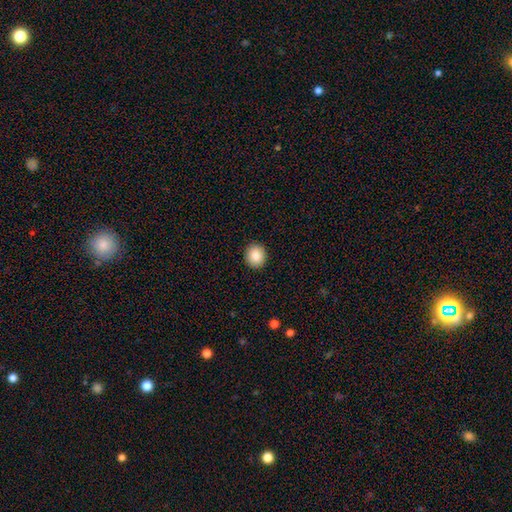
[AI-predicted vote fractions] Overall: smooth (87%). How rounded: round (84%). Merging: none (92%).